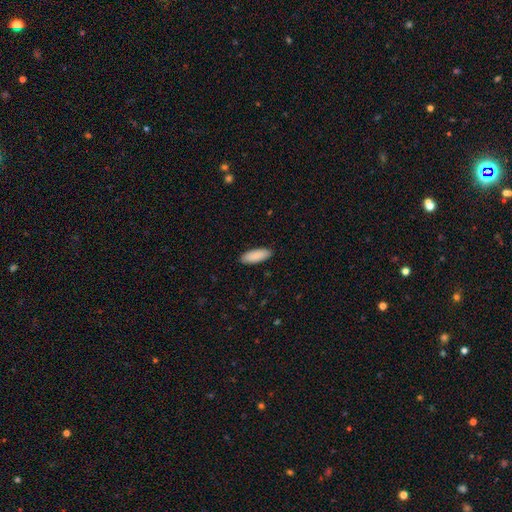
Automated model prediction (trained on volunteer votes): A smooth galaxy with no disk features (90%) that is in between round and cigar-shaped (77%).

Vote fractions:
- Smooth or featured? smooth: 90% / star or artifact: 5% / featured or disk: 4%
- How rounded? in between: 77% / cigar-shaped: 21% / round: 1%
- Merging? none: 89% / minor disturbance: 8% / major disturbance: 2% / merger: 1%